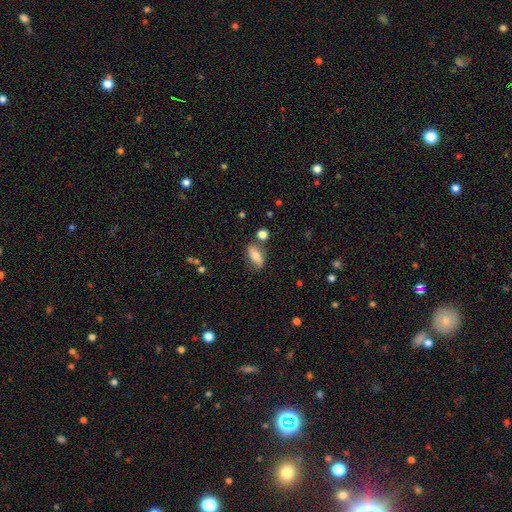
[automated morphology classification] smooth 70%, featured or disk 22%, star or artifact 8%. Down the decision tree: how rounded — in between (77%); merging — none (73%).